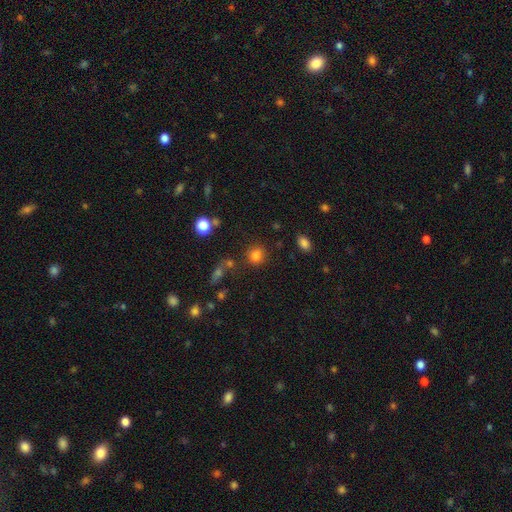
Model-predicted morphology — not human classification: A smooth galaxy with no disk features (80%) that is round (81%).

Vote fractions:
- Smooth or featured? smooth: 80% / star or artifact: 14% / featured or disk: 6%
- How rounded? round: 81% / in between: 17% / cigar-shaped: 1%
- Merging? none: 79% / minor disturbance: 10% / merger: 7% / major disturbance: 4%